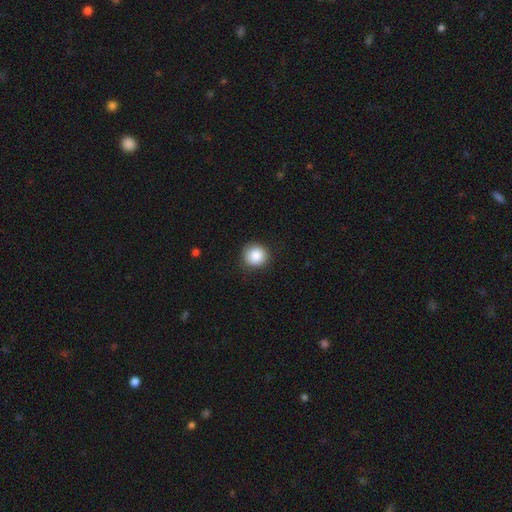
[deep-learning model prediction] smooth-or-featured: smooth: 88% | star or artifact: 8% | featured or disk: 4%
  how-rounded: round: 93% | in between: 6% | cigar-shaped: 1%
  merging: none: 88% | minor disturbance: 9% | major disturbance: 2% | merger: 1%